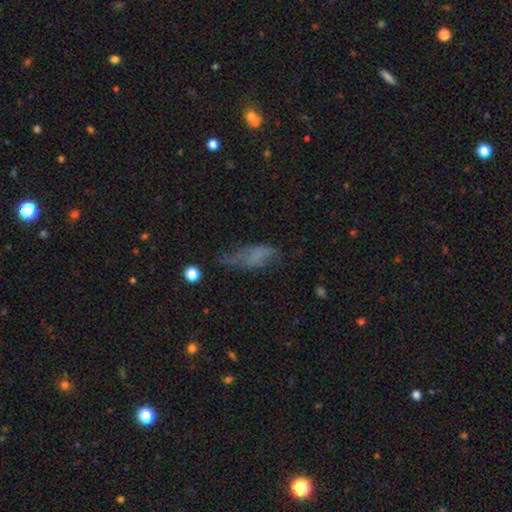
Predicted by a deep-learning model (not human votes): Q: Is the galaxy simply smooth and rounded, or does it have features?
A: smooth — 49%.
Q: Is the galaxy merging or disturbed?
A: none — 37%.